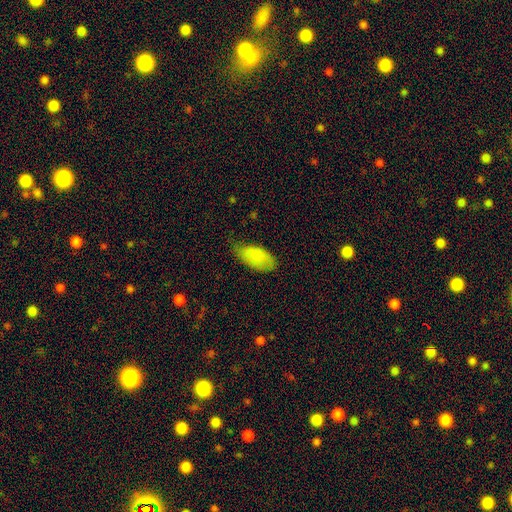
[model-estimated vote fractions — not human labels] Q: Smooth or featured?
A: smooth (85%); runner-up: featured or disk (9%)
Q: How rounded?
A: in between (94%); runner-up: cigar-shaped (3%)
Q: Merging?
A: none (57%); runner-up: minor disturbance (34%)